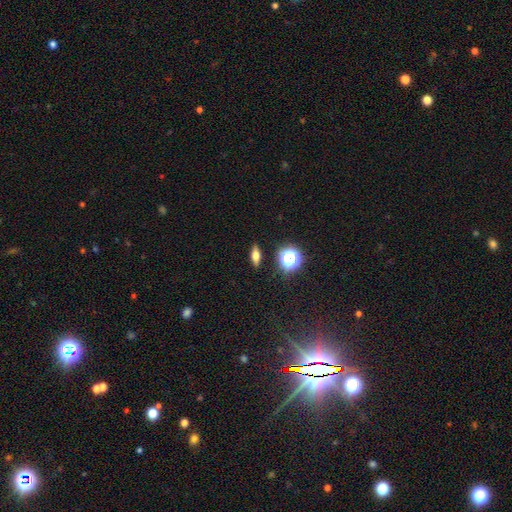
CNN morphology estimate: This is possibly a smooth galaxy (52%). How rounded: possibly in between (57%). Merging: clearly none (88%).